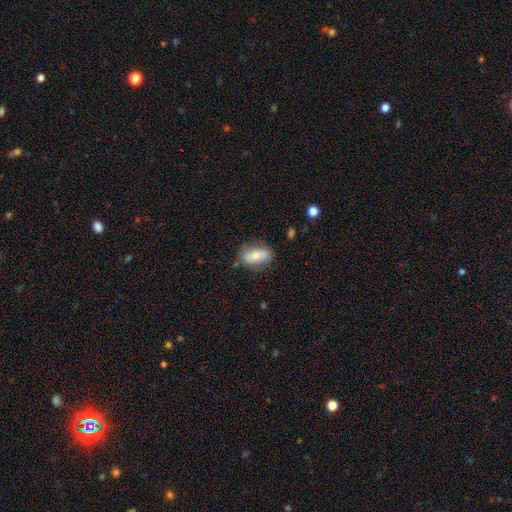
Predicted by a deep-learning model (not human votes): Q: Smooth or featured?
A: smooth (65%); runner-up: featured or disk (27%)
Q: How rounded?
A: in between (88%); runner-up: round (7%)
Q: Merging?
A: none (73%); runner-up: minor disturbance (19%)